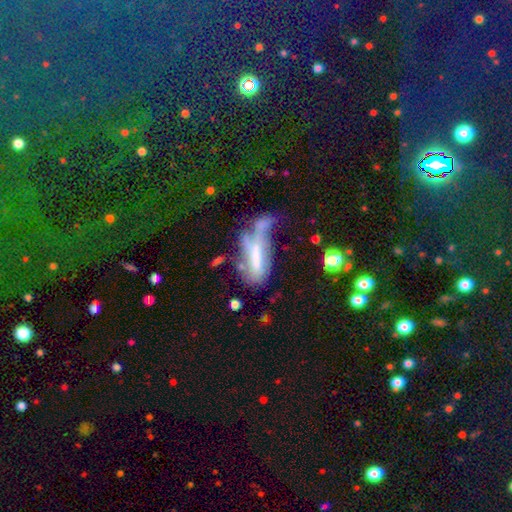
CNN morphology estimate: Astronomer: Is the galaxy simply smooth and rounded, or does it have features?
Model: featured or disk — 47% (runner-up: smooth, 42%).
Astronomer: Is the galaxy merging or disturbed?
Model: major disturbance — 32% (runner-up: merger, 27%).